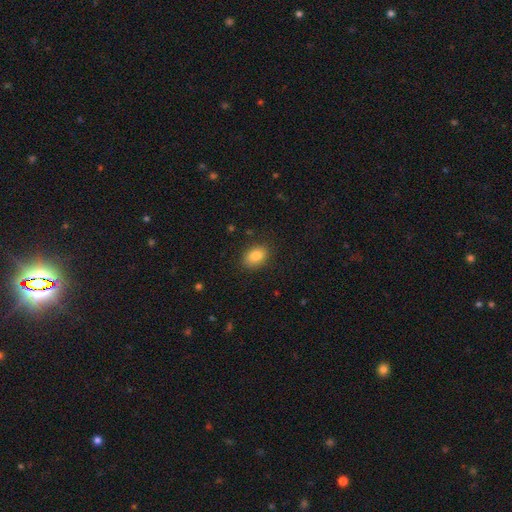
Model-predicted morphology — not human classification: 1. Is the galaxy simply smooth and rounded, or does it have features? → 85% smooth, 9% star or artifact, 7% featured or disk.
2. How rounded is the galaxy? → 77% in between, 21% round, 1% cigar-shaped.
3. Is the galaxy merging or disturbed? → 86% none, 10% minor disturbance, 3% major disturbance, 1% merger.